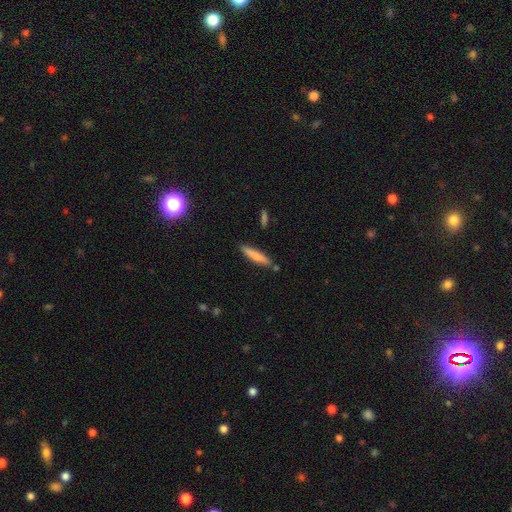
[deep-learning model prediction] This is likely a smooth galaxy (75%). How rounded: clearly cigar-shaped (86%). Merging: clearly none (82%).